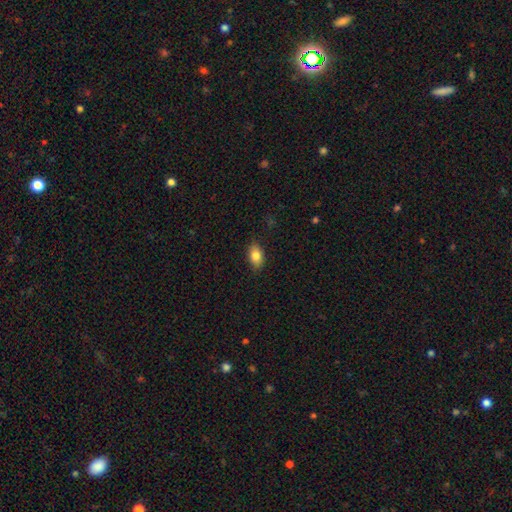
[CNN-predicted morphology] smooth 83%, featured or disk 9%, star or artifact 8%. Down the decision tree: how rounded — in between (88%); merging — none (86%).